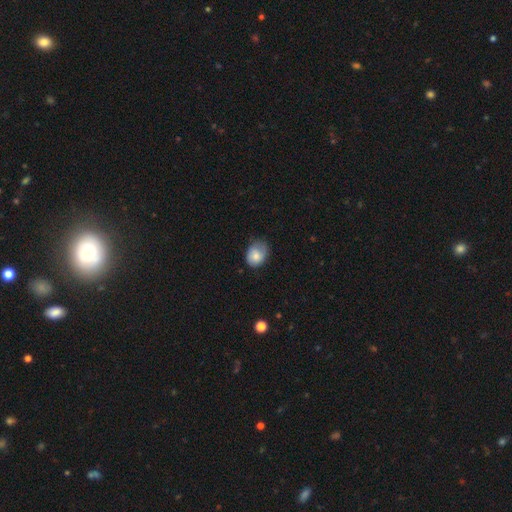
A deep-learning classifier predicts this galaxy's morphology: Smooth or featured?
  - smooth: 79% *
  - featured or disk: 13%
  - star or artifact: 8%
How rounded?
  - in between: 58% *
  - round: 41%
  - cigar-shaped: 1%
Merging?
  - none: 55% *
  - minor disturbance: 35%
  - major disturbance: 9%
  - merger: 1%